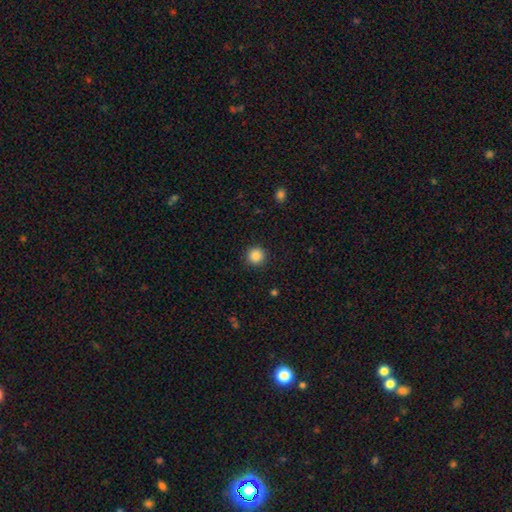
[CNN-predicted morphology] This appears to be a smooth galaxy with no disk features (87%) that is round (95%). Merging: none (91%).